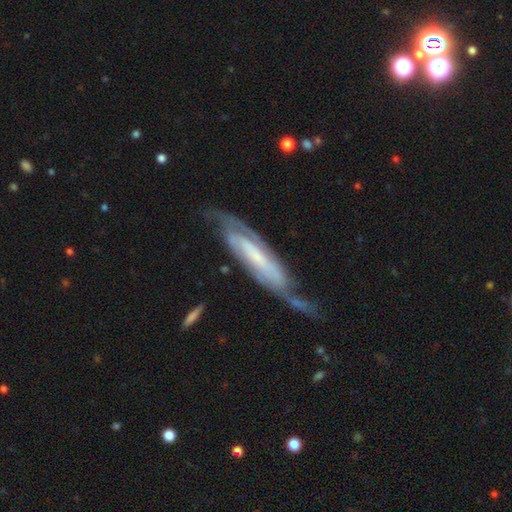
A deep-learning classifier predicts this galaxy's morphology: smooth-or-featured: featured or disk: 80% | smooth: 14% | star or artifact: 6%
  disk-edge-on: no: 77% | yes: 23%
    bar: weak: 34% (tied) | strong: 34% (tied) | no: 32%
    has-spiral-arms: yes: 93% | no: 7%
      spiral-winding: tight: 45% | medium: 40% | loose: 15%
      spiral-arm-count: 2: 72% | can't tell: 17% | 1: 5% | 3: 3% | 4: 2% | more than 4: 1%
    bulge-size: small: 46% | none: 24% | moderate: 20% | large: 7% | dominant: 2%
  merging: none: 49% | minor disturbance: 25% | major disturbance: 21% | merger: 5%